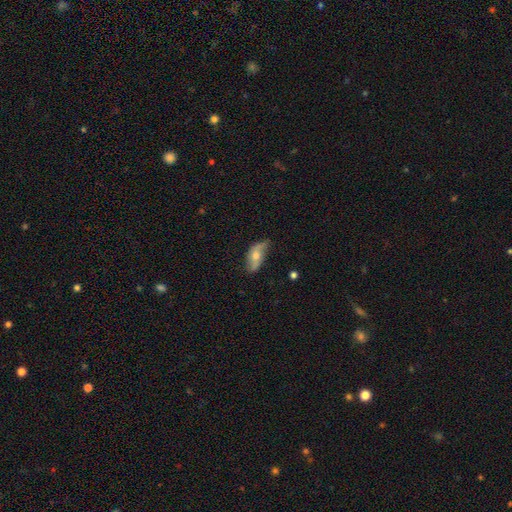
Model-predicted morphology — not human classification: Smooth or featured: featured or disk — 60% (smooth — 33%)
Edge-on disk: no — 86% (yes — 14%)
Bar: no — 70% (weak — 21%)
Spiral arms: yes — 80% (no — 20%)
Bulge size: moderate — 59% (small — 35%)
Merging: none — 61% (minor disturbance — 28%)